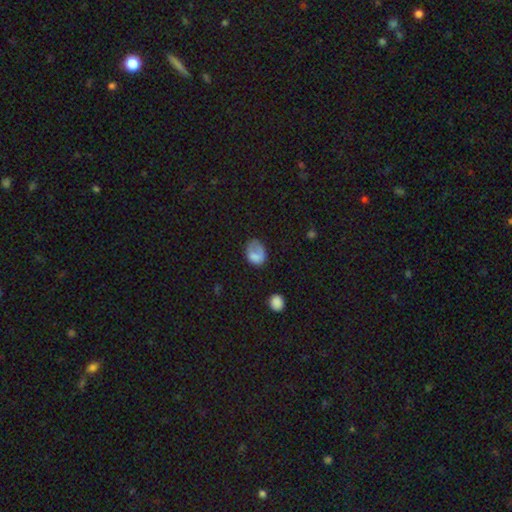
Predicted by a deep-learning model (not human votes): Smooth or featured?
  - smooth: 74% *
  - featured or disk: 17%
  - star or artifact: 9%
How rounded?
  - in between: 64% *
  - round: 35%
  - cigar-shaped: 1%
Merging?
  - none: 43% *
  - minor disturbance: 29%
  - major disturbance: 25%
  - merger: 3%